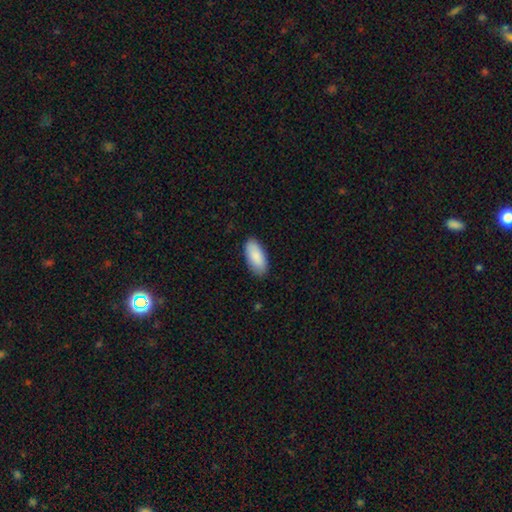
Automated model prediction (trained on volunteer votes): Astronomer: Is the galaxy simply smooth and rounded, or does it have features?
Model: smooth — 89%.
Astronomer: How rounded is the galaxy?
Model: in between — 91%.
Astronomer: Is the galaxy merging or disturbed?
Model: none — 87%.